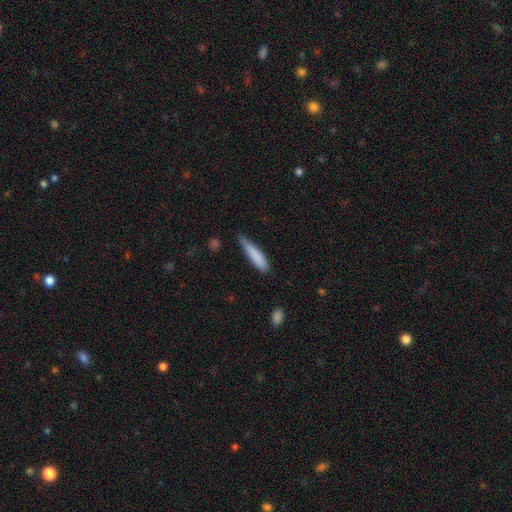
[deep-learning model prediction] smooth-or-featured: smooth: 83% | featured or disk: 10% | star or artifact: 6%
  how-rounded: cigar-shaped: 83% | in between: 16% | round: 1%
  merging: none: 61% | minor disturbance: 31% | major disturbance: 6% | merger: 2%